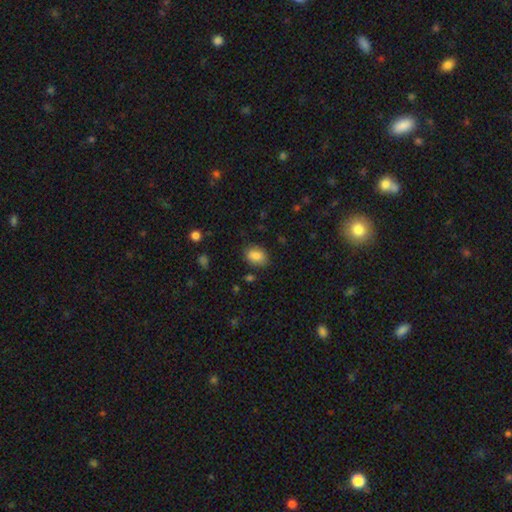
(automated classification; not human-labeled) Smooth or featured?
  - smooth: 85% *
  - star or artifact: 8%
  - featured or disk: 6%
How rounded?
  - in between: 76% *
  - round: 22%
  - cigar-shaped: 1%
Merging?
  - none: 81% *
  - minor disturbance: 14%
  - major disturbance: 3%
  - merger: 2%